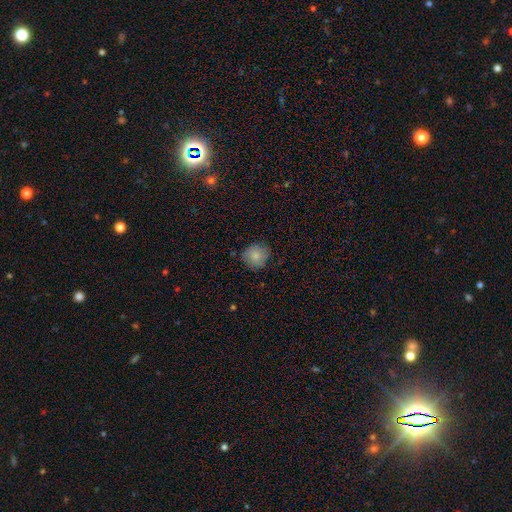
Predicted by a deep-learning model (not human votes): A smooth galaxy with no disk features (83%) that is round (88%). Merging: none (81%).